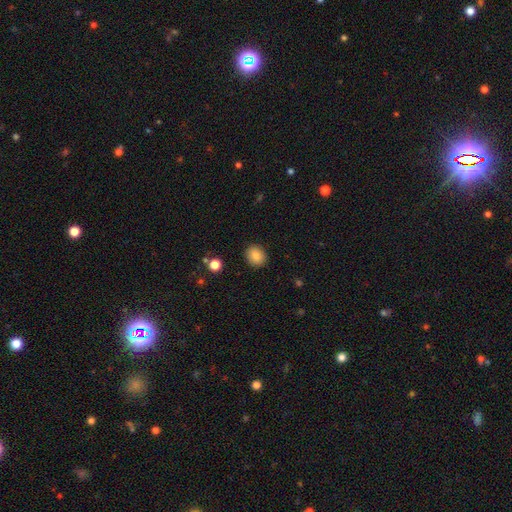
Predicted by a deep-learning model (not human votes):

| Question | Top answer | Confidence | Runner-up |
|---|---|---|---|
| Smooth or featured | smooth | 85% | star or artifact (9%) |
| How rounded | round | 67% | in between (32%) |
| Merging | none | 90% | minor disturbance (7%) |